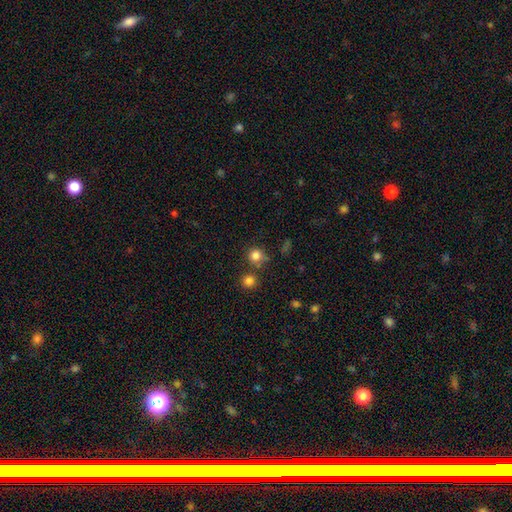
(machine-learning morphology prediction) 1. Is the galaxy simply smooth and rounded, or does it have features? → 81% smooth, 13% star or artifact, 6% featured or disk.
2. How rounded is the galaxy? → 89% round, 10% in between, 1% cigar-shaped.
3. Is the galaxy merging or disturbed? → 66% none, 17% merger, 12% minor disturbance, 5% major disturbance.